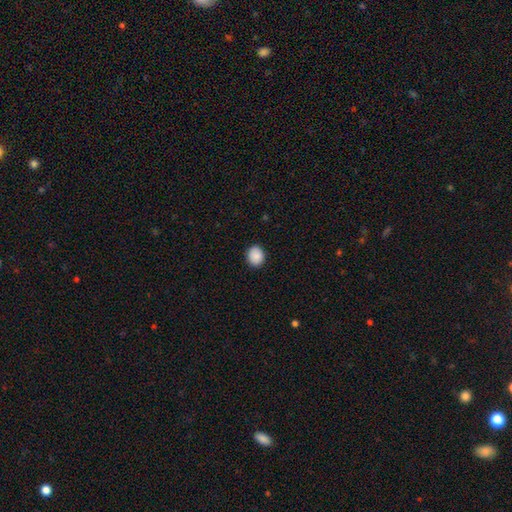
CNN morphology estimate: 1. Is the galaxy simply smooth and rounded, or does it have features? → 89% smooth, 8% star or artifact, 3% featured or disk.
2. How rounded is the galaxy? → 62% round, 37% in between, 1% cigar-shaped.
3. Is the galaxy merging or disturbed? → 90% none, 8% minor disturbance, 2% major disturbance, 1% merger.